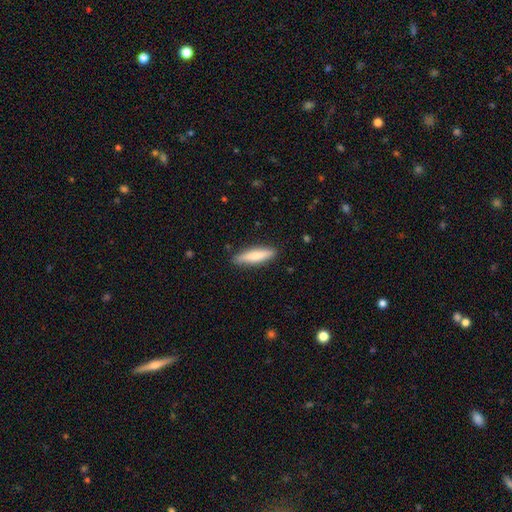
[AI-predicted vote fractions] A smooth galaxy with no disk features (77%) that is cigar-shaped (78%).

Vote fractions:
- Smooth or featured? smooth: 77% / featured or disk: 18% / star or artifact: 5%
- How rounded? cigar-shaped: 78% / in between: 21% / round: 1%
- Merging? none: 86% / minor disturbance: 10% / major disturbance: 2% / merger: 1%